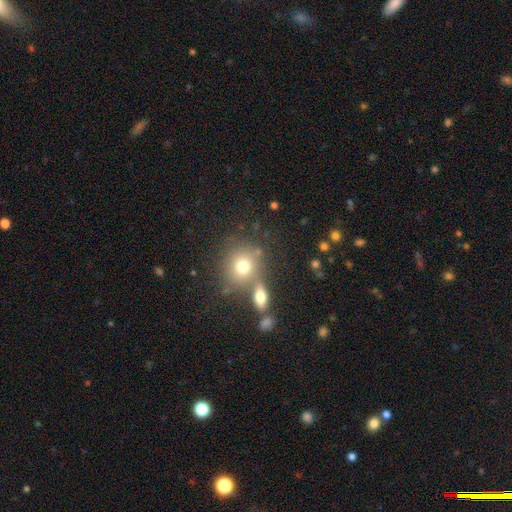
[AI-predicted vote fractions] Morphology: type=smooth (65%); roundness=round (82%); merging=none (57%).